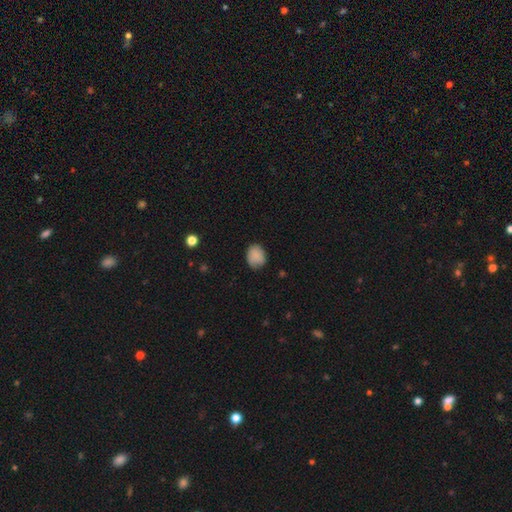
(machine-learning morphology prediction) This is clearly a smooth galaxy (84%). How rounded: possibly round (52%). Merging: likely none (75%).